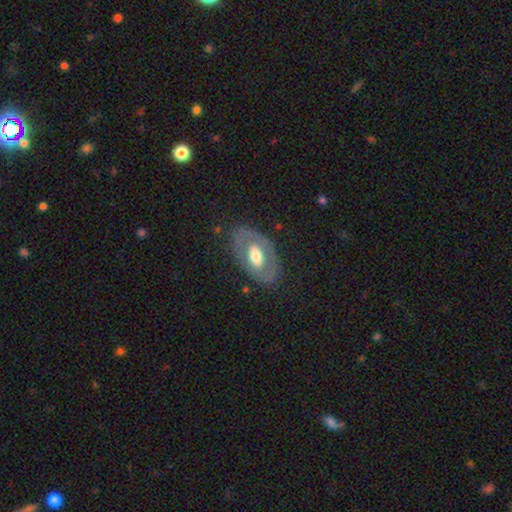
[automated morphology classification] type=featured or disk (49%); merging=none (74%).